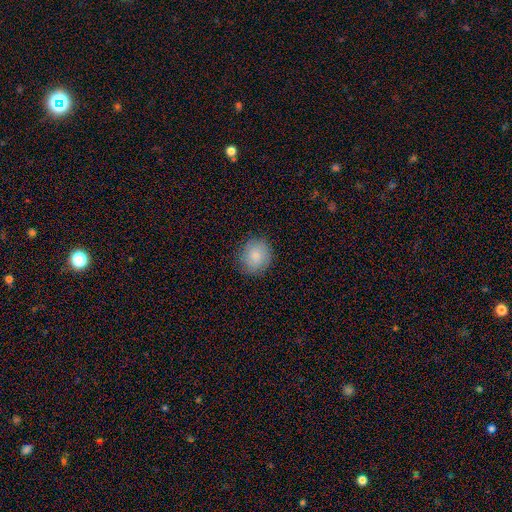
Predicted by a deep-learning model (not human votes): Smooth or featured: smooth — 81% (featured or disk — 11%)
How rounded: round — 80% (in between — 19%)
Merging: none — 83% (minor disturbance — 13%)